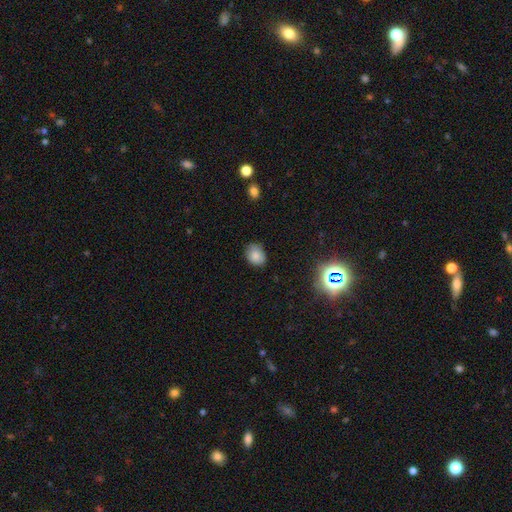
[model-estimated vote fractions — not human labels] Smooth or featured? Predicted: smooth (p=0.81). How rounded? Predicted: in between (p=0.56). Merging? Predicted: none (p=0.74).